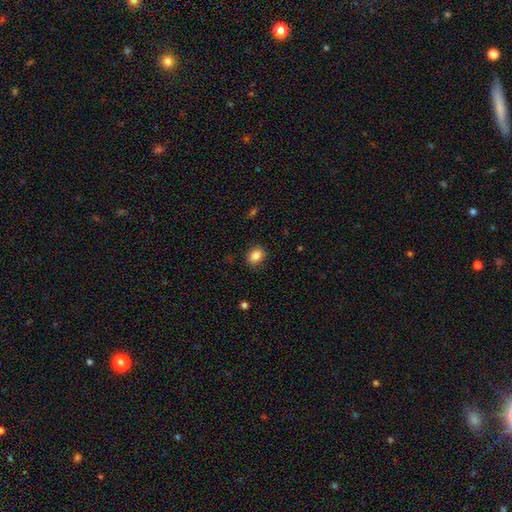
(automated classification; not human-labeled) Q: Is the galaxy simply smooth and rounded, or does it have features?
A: smooth — 87%.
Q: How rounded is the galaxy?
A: in between — 65%.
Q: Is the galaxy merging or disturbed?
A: none — 83%.